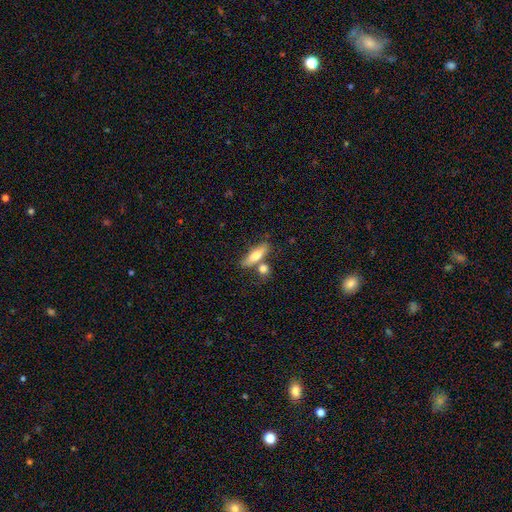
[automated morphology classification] type=smooth (68%); roundness=cigar-shaped (53%); merging=none (58%).